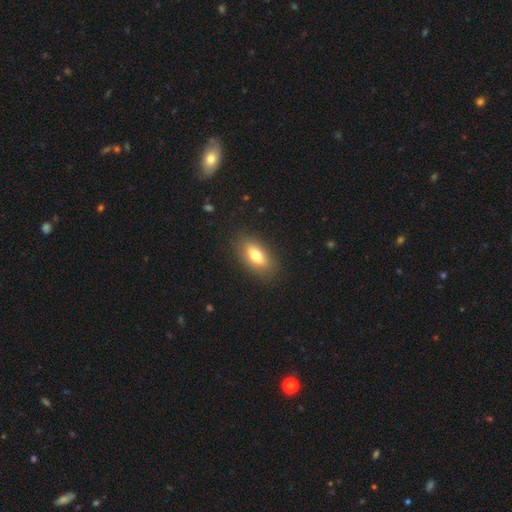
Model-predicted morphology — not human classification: Smooth or featured? Predicted: smooth (p=0.74). How rounded? Predicted: in between (p=0.83). Merging? Predicted: none (p=0.86).